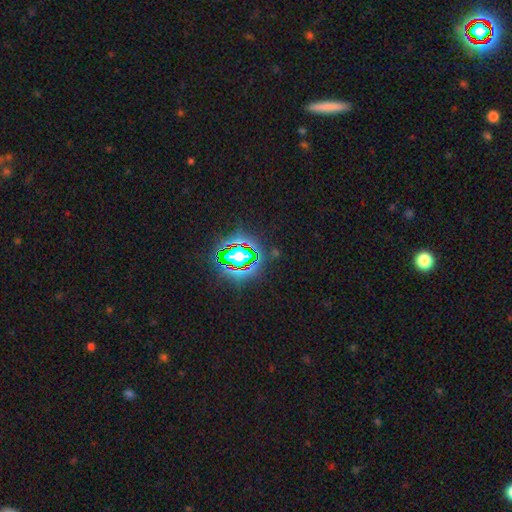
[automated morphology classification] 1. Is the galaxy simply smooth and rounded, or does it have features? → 80% star or artifact, 12% smooth, 8% featured or disk.